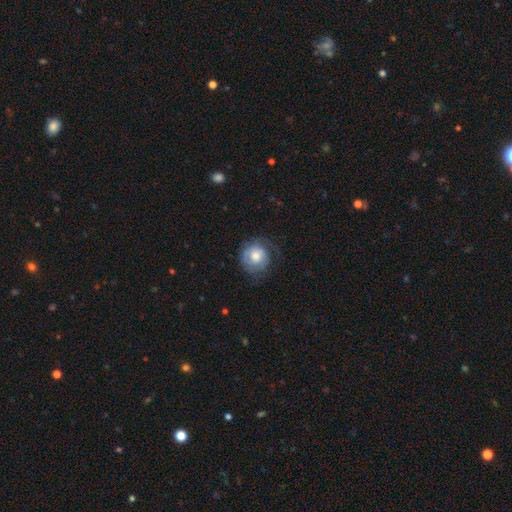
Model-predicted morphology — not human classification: type=smooth (49%); merging=none (63%).